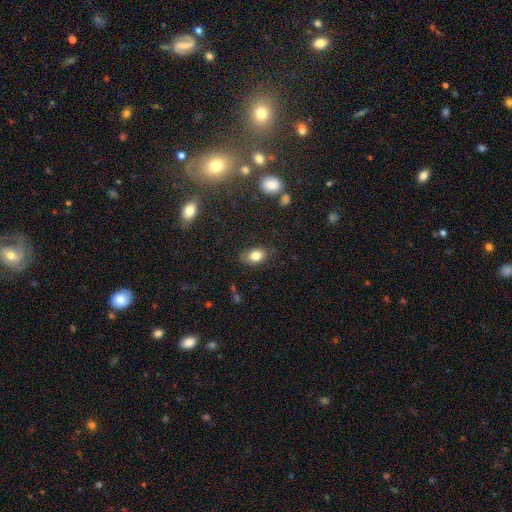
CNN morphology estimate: Smooth or featured? smooth (81%)
How rounded? in between (80%)
Merging? none (80%)